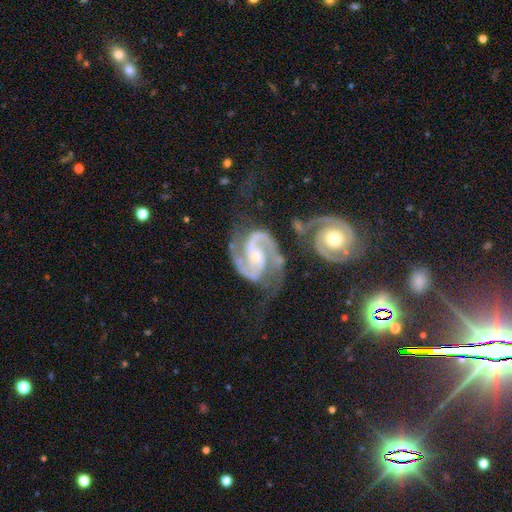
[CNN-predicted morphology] The model was most divided on "bar": no: 44%, weak: 33%, strong: 23%. Remaining: spiral arms — yes (99%); edge-on disk — no (98%); smooth or featured — featured or disk (94%); spiral arm count — 2 (92%); bulge size — small (61%); spiral winding — medium (58%); merging — none (50%).